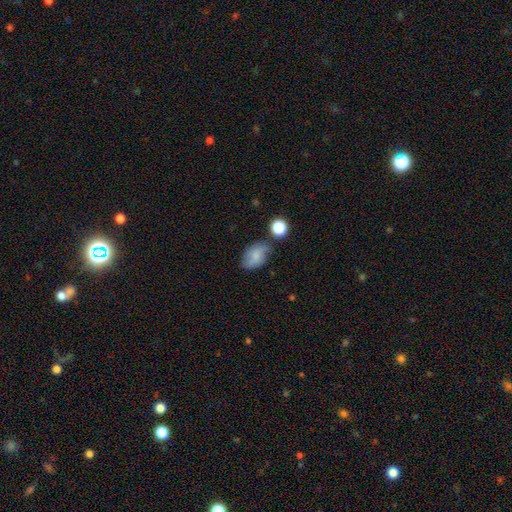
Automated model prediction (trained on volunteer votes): Smooth or featured: smooth — 70% (featured or disk — 19%)
How rounded: in between — 85% (round — 13%)
Merging: none — 63% (minor disturbance — 24%)